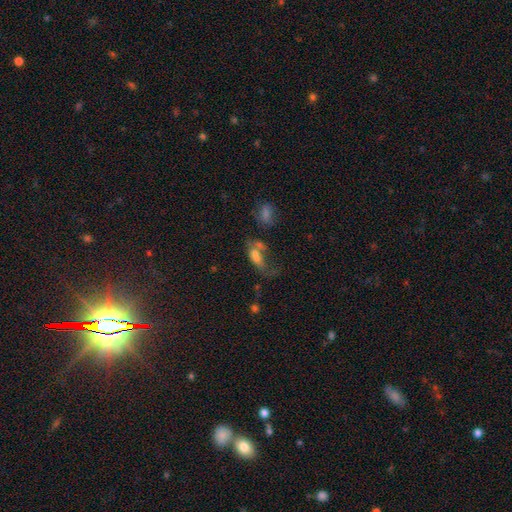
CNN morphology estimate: This appears to be a smooth galaxy with no disk features (61%) that is in between round and cigar-shaped (77%). Merging: merger (38%).